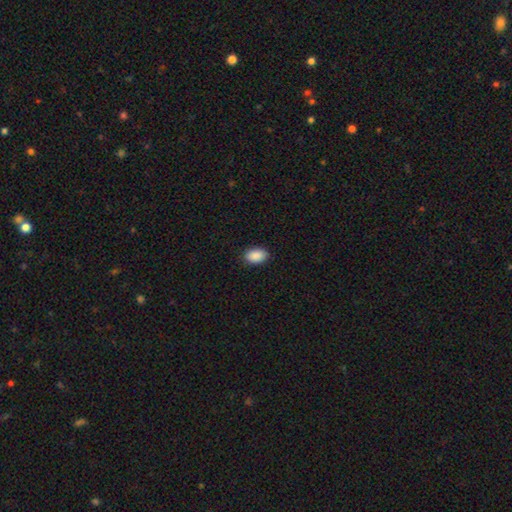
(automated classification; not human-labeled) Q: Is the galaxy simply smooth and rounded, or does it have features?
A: smooth — 90%.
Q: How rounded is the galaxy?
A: in between — 89%.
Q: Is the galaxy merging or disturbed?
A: none — 89%.